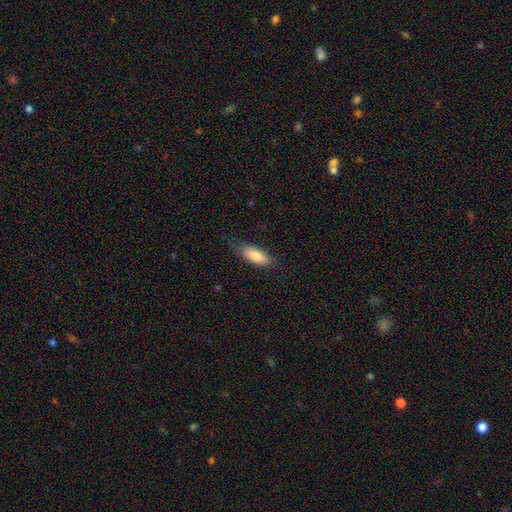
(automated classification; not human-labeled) Smooth or featured: smooth — 81% (featured or disk — 13%)
How rounded: in between — 75% (cigar-shaped — 23%)
Merging: none — 73% (minor disturbance — 20%)